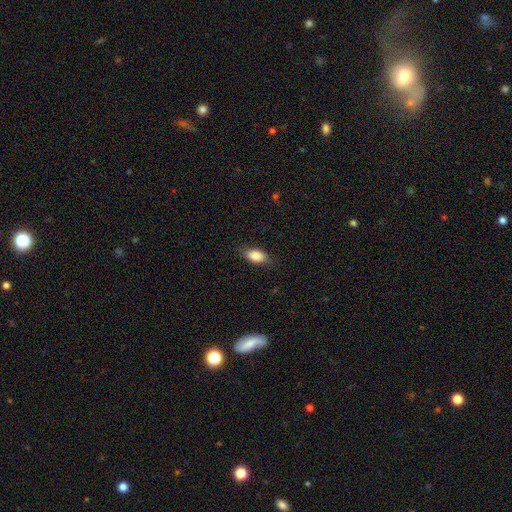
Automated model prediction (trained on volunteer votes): Smooth or featured: smooth — 82% (featured or disk — 11%)
How rounded: in between — 87% (cigar-shaped — 7%)
Merging: none — 81% (minor disturbance — 15%)